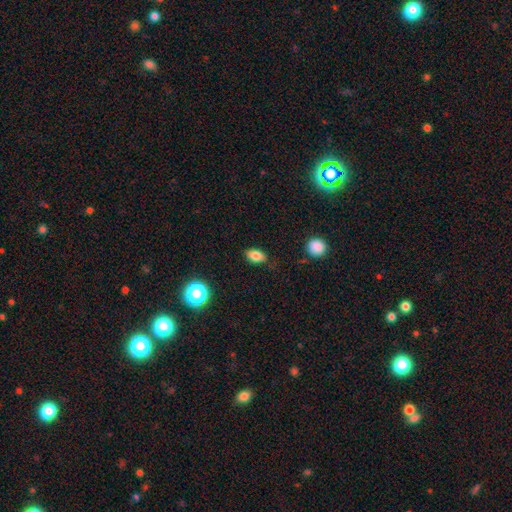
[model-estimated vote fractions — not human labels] A smooth galaxy with no disk features (81%) that is in between round and cigar-shaped (86%).

Vote fractions:
- Smooth or featured? smooth: 81% / star or artifact: 10% / featured or disk: 9%
- How rounded? in between: 86% / round: 11% / cigar-shaped: 3%
- Merging? none: 81% / minor disturbance: 15% / major disturbance: 3% / merger: 1%